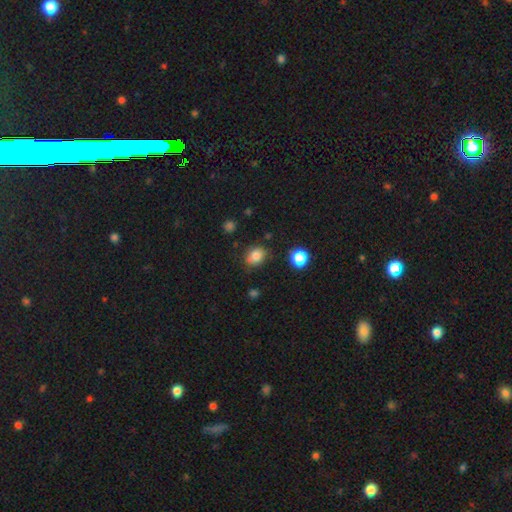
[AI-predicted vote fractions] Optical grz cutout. It shows a smooth galaxy with no disk features (82%) that is in between round and cigar-shaped (55%). Merging: none (76%).